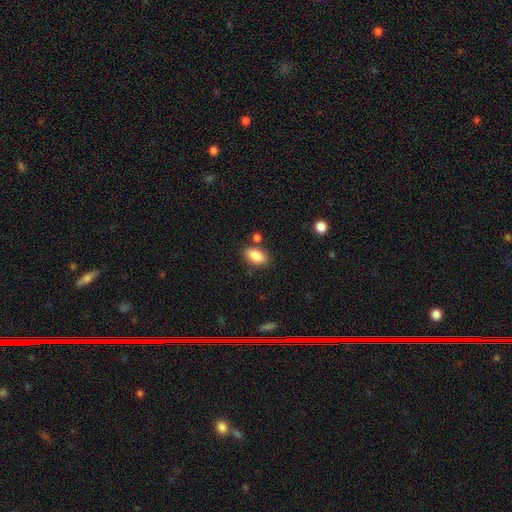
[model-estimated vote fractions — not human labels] Q: Smooth or featured?
A: smooth (87%); runner-up: star or artifact (7%)
Q: How rounded?
A: in between (91%); runner-up: round (6%)
Q: Merging?
A: none (76%); runner-up: minor disturbance (13%)